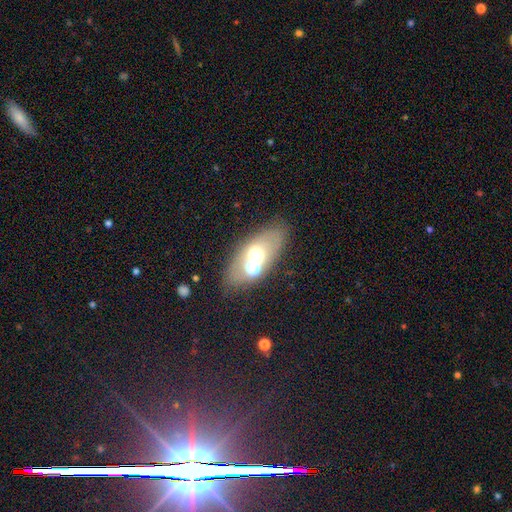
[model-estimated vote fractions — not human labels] Smooth or featured?
  - smooth: 50% *
  - featured or disk: 34%
  - star or artifact: 16%
Merging?
  - none: 67% *
  - merger: 15%
  - minor disturbance: 12%
  - major disturbance: 6%